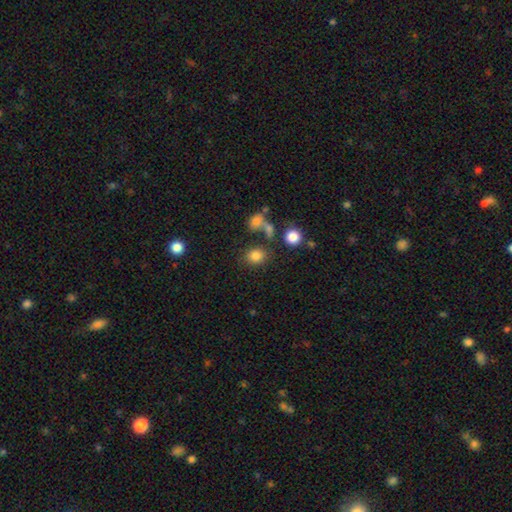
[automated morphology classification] A smooth galaxy with no disk features (80%) that is round (64%). Merging: none (70%).